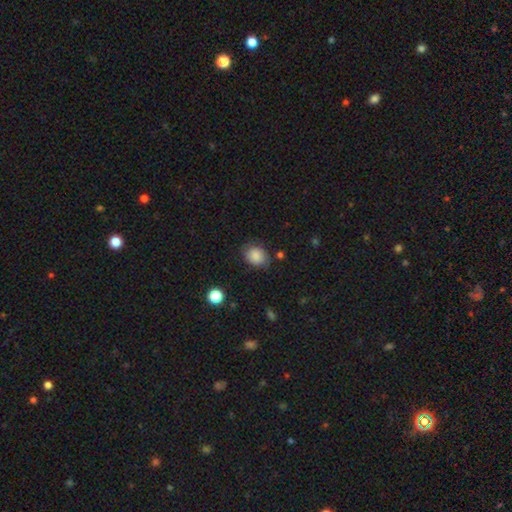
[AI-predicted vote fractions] Overall: smooth (84%). How rounded: round (52%; in between 47%). Merging: none (73%).